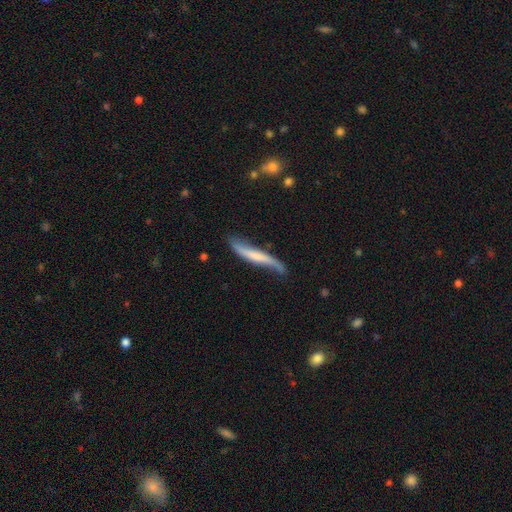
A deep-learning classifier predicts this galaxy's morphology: featured or disk 57%, smooth 37%, star or artifact 6%. Down the decision tree: edge-on disk — yes (58%); merging — none (57%).